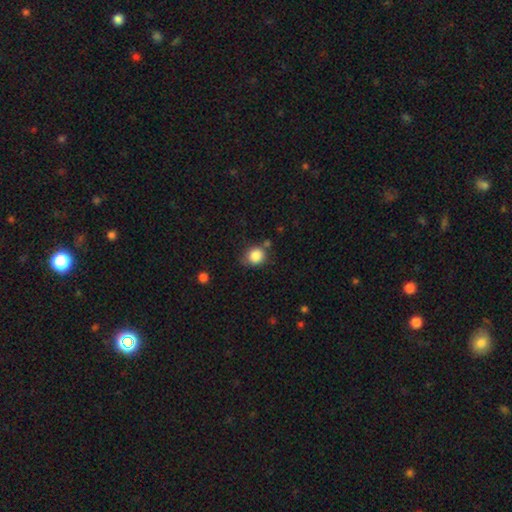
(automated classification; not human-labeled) Smooth or featured? Predicted: smooth (p=0.85). How rounded? Predicted: round (p=0.81). Merging? Predicted: none (p=0.68).